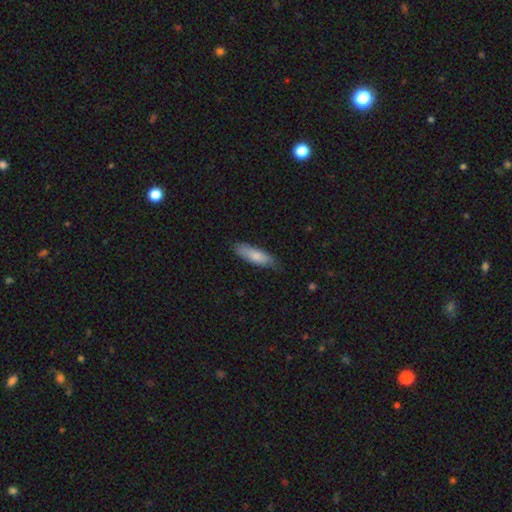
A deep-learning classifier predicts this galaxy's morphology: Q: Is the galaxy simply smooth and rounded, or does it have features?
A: smooth — 80%.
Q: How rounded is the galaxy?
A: in between — 53%.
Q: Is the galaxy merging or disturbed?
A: none — 76%.